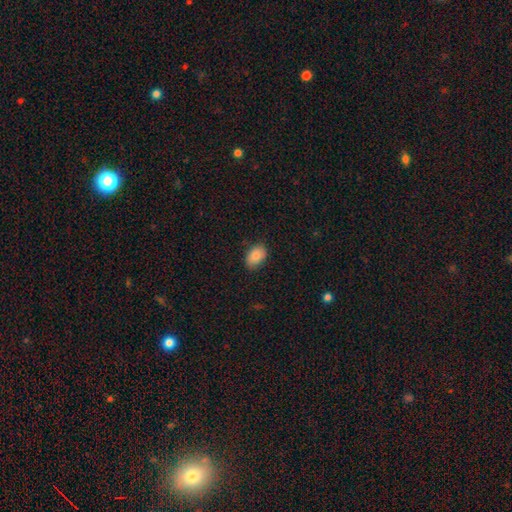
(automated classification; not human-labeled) smooth_or_featured: smooth (p=0.84) [alt: featured or disk p=0.08]
how_rounded: in between (p=0.85) [alt: round p=0.14]
merging: none (p=0.81) [alt: minor disturbance p=0.15]